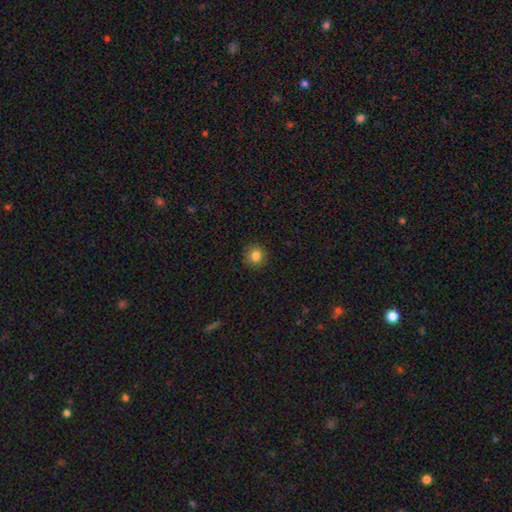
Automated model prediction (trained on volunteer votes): Morphology: type=smooth (83%); roundness=round (92%); merging=none (90%).